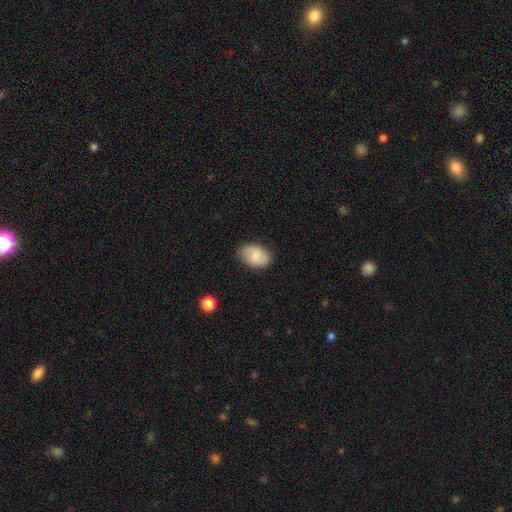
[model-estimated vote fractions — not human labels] The model was most divided on "smooth or featured": smooth: 76%, featured or disk: 17%, star or artifact: 7%. More confident: how rounded — in between (87%); merging — none (82%).